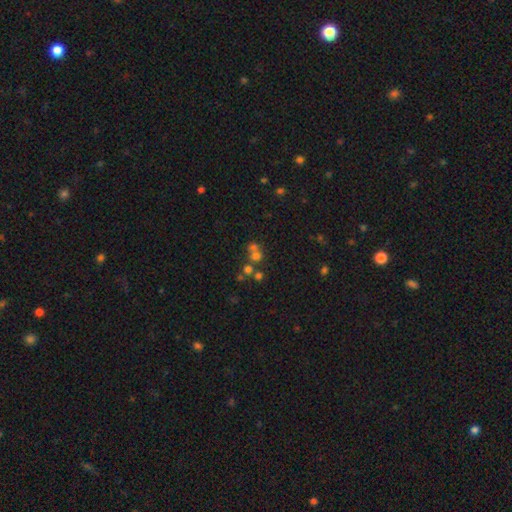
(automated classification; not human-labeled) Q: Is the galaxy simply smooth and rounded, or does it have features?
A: smooth — 57%.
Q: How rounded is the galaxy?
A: round — 85%.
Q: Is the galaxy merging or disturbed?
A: none — 48%.